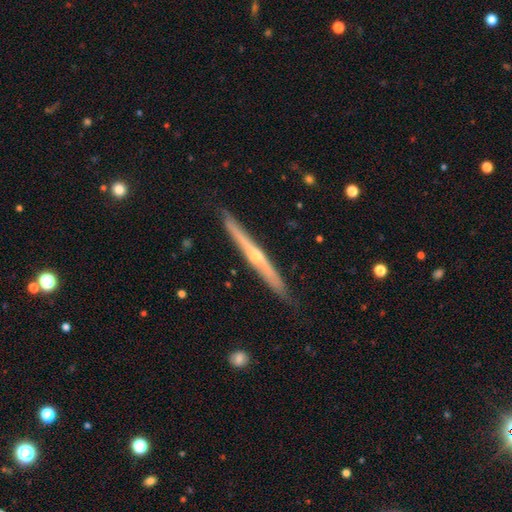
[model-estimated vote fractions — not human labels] The model was most divided on "smooth or featured": featured or disk: 75%, smooth: 19%, star or artifact: 6%. More confident: edge-on disk — yes (97%); merging — none (88%); edge-on bulge — rounded (77%).